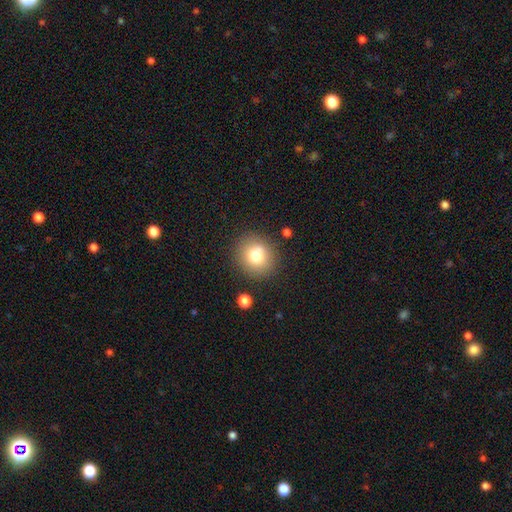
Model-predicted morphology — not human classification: A smooth galaxy with no disk features (75%) that is round (86%).

Vote fractions:
- Smooth or featured? smooth: 75% / featured or disk: 13% / star or artifact: 12%
- How rounded? round: 86% / in between: 13% / cigar-shaped: 1%
- Merging? none: 82% / minor disturbance: 10% / merger: 4% / major disturbance: 4%